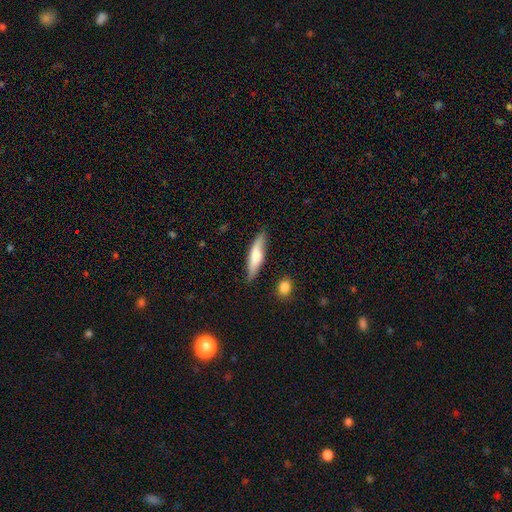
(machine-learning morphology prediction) The model was most divided on "smooth or featured": smooth: 64%, featured or disk: 30%, star or artifact: 6%. More confident: merging — none (79%); how rounded — cigar-shaped (74%).